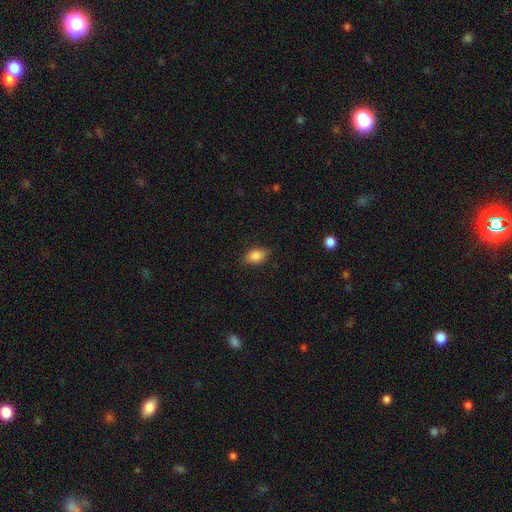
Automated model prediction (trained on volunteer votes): Smooth or featured? Predicted: smooth (p=0.86). How rounded? Predicted: in between (p=0.86). Merging? Predicted: none (p=0.83).